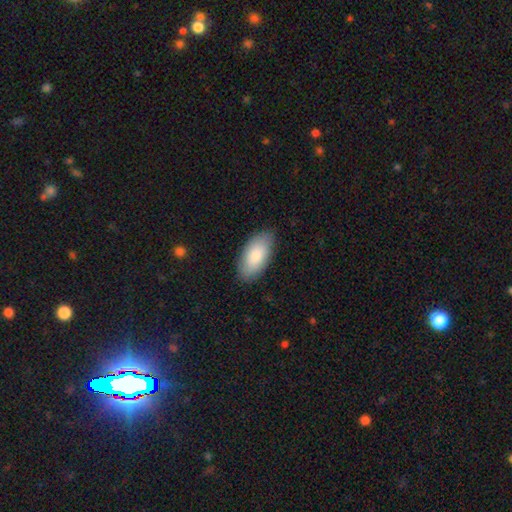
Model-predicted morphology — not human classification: Smooth or featured? smooth (84%)
How rounded? in between (93%)
Merging? none (85%)